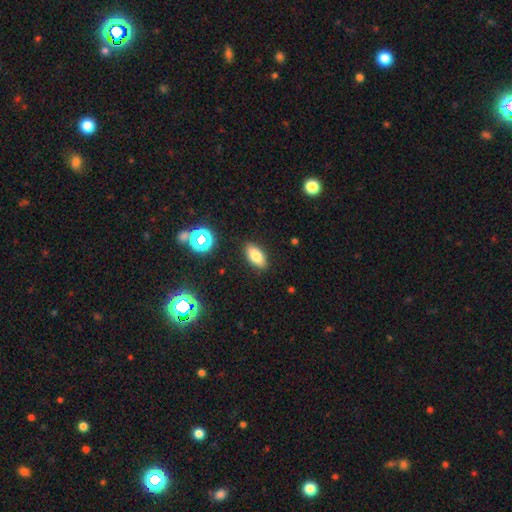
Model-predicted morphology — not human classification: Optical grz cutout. It shows a smooth galaxy with no disk features (77%) that is in between round and cigar-shaped (87%). Merging: none (87%).